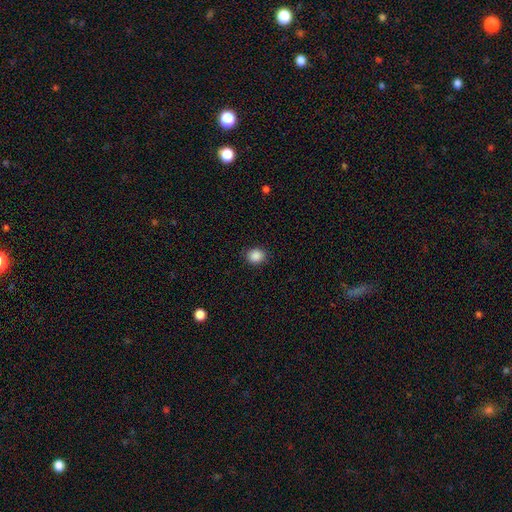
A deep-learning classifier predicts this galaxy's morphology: A smooth galaxy with no disk features (88%) that is round (76%). Merging: none (88%).